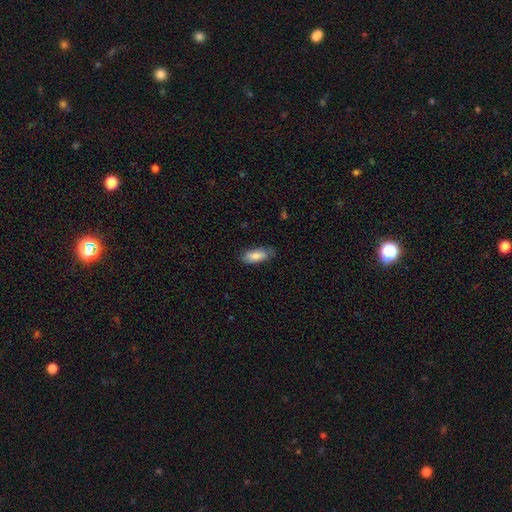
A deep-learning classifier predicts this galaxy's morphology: Smooth or featured?
  - smooth: 82% *
  - featured or disk: 12%
  - star or artifact: 6%
How rounded?
  - in between: 82% *
  - cigar-shaped: 16%
  - round: 2%
Merging?
  - none: 73% *
  - minor disturbance: 22%
  - major disturbance: 4%
  - merger: 1%